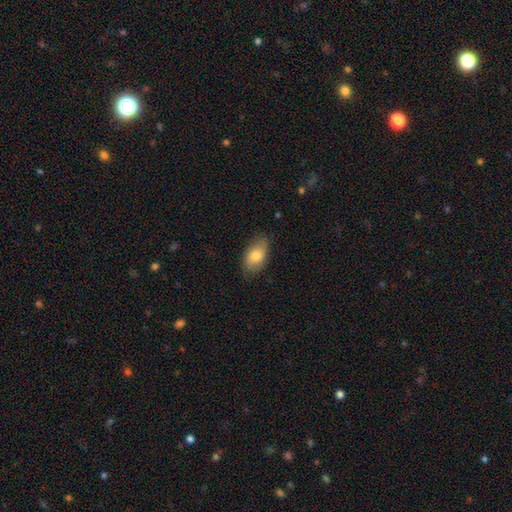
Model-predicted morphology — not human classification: smooth_or_featured: smooth (p=0.76) [alt: featured or disk p=0.18]
how_rounded: in between (p=0.92) [alt: round p=0.06]
merging: none (p=0.78) [alt: minor disturbance p=0.17]